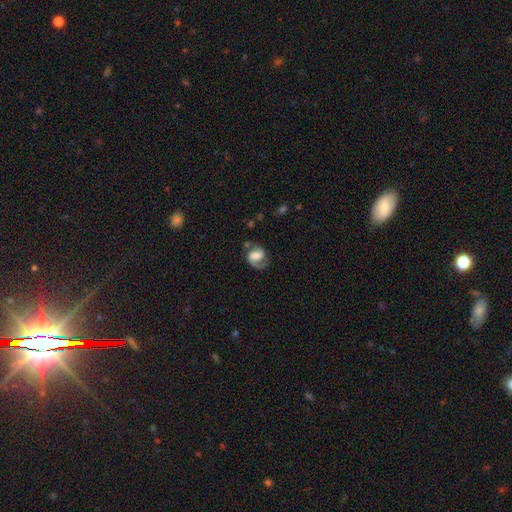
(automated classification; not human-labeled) This appears to be a featured or disk galaxy (71%) with a weak bar (43%), 2 (61%) medium (47%) spiral arms (92%) and a large central bulge (34%). Merging: none (58%).